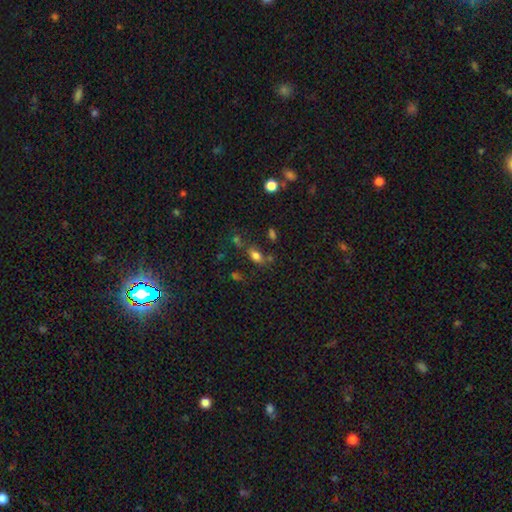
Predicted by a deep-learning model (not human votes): Morphology: type=smooth (72%); roundness=in between (79%); merging=none (61%).